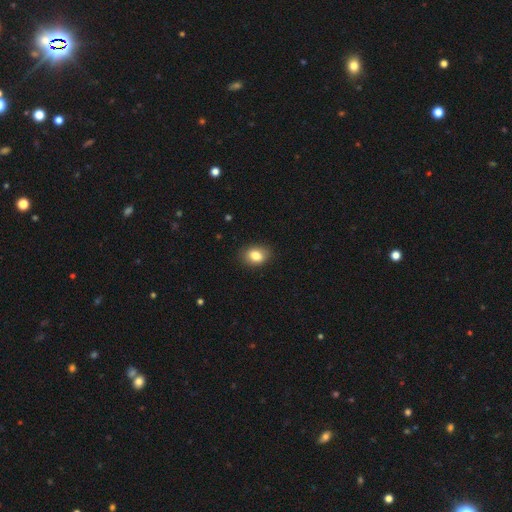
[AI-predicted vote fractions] Smooth or featured?
  - smooth: 83% *
  - featured or disk: 9%
  - star or artifact: 8%
How rounded?
  - in between: 68% *
  - round: 30%
  - cigar-shaped: 1%
Merging?
  - none: 84% *
  - minor disturbance: 12%
  - major disturbance: 3%
  - merger: 1%